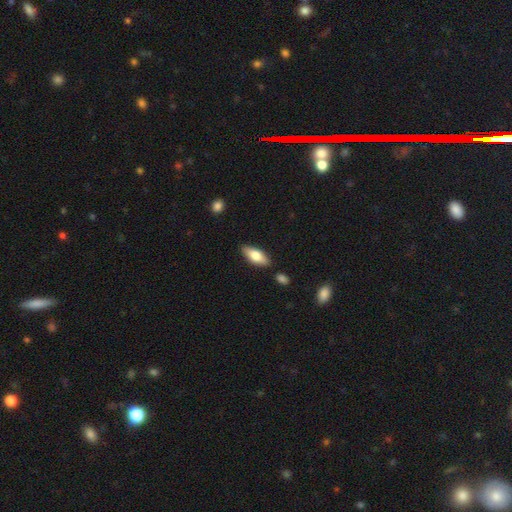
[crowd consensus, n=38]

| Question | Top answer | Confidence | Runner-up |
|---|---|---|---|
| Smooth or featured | smooth | 79% | featured or disk (18%) |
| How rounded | in between | 83% | cigar-shaped (13%) |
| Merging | none | 81% | minor disturbance (16%) |